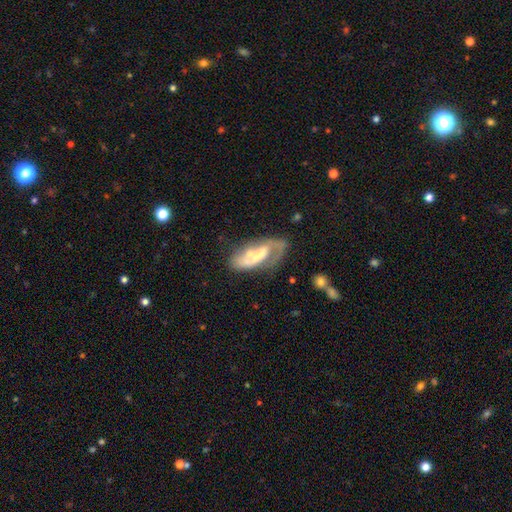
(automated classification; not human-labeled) The model was most divided on "bar": no: 42%, weak: 36%, strong: 21%. Remaining: edge-on disk — no (92%); spiral arms — yes (70%); smooth or featured — featured or disk (65%); bulge size — moderate (37%); merging — none (37%).